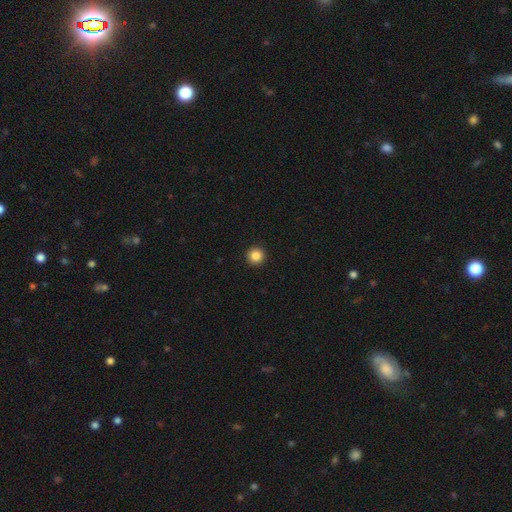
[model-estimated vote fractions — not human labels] This is clearly a smooth galaxy (86%). How rounded: clearly round (96%). Merging: clearly none (94%).